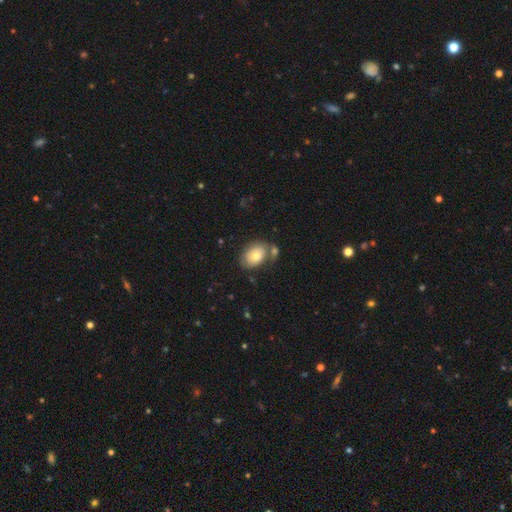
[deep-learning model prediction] Smooth or featured: smooth — 71% (featured or disk — 22%)
How rounded: in between — 79% (round — 20%)
Merging: none — 57% (merger — 20%)